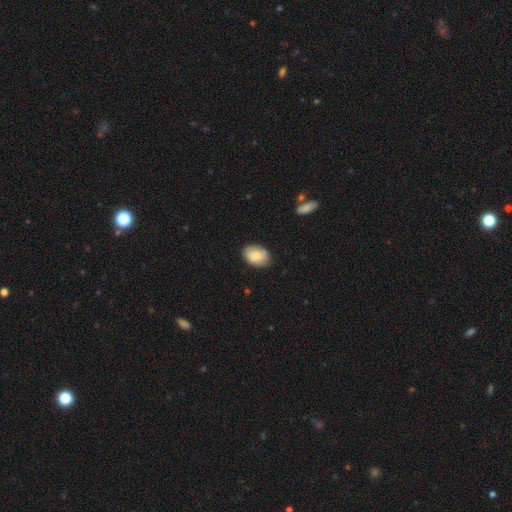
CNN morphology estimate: smooth 81%, featured or disk 12%, star or artifact 7%. Down the decision tree: how rounded — in between (84%); merging — none (80%).